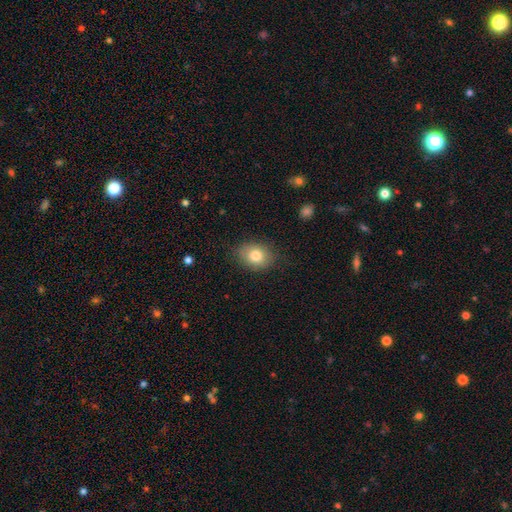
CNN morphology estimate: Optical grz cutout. It shows a smooth galaxy with no disk features (80%) that is in between round and cigar-shaped (59%). Merging: none (82%).